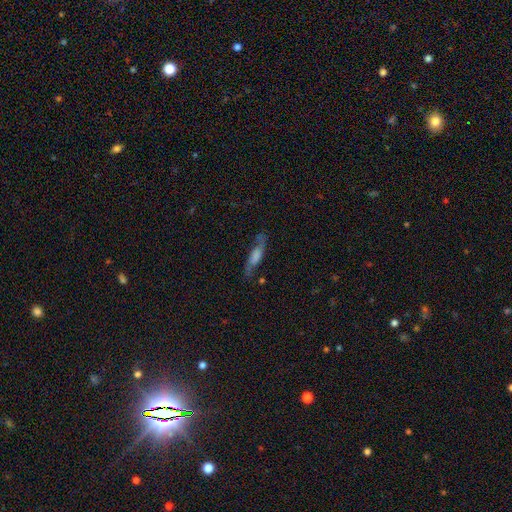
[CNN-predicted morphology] A featured or disk galaxy (61%).

Vote fractions:
- Smooth or featured? featured or disk: 61% / smooth: 29% / star or artifact: 10%
- Edge-on disk? no: 53% / yes: 47%
- Merging? none: 71% / minor disturbance: 18% / major disturbance: 8% / merger: 2%